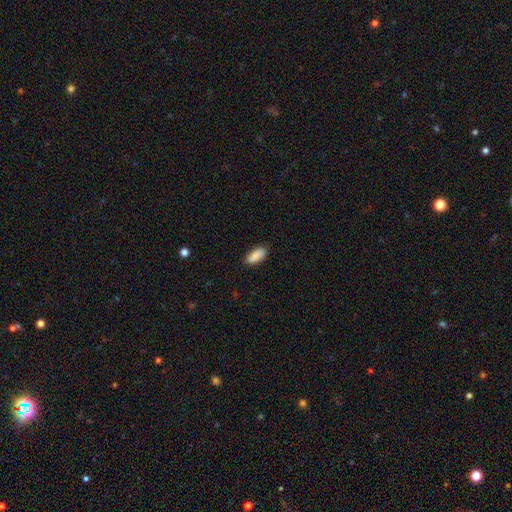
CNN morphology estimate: Overall: smooth (89%). How rounded: in between (83%). Merging: none (87%).